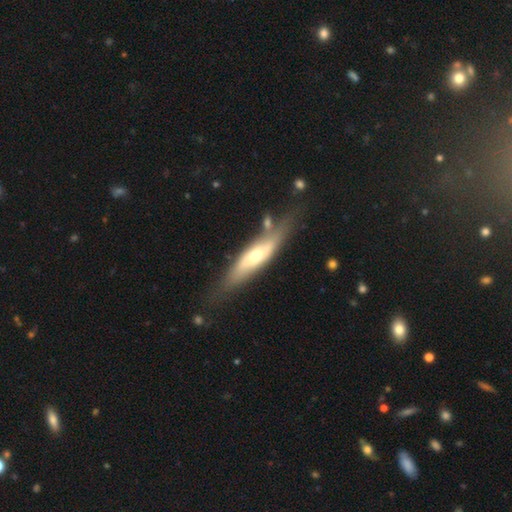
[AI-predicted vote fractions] This is possibly a featured or disk galaxy (53%). It is likely viewed edge-on (61%). Merging: likely none (63%).